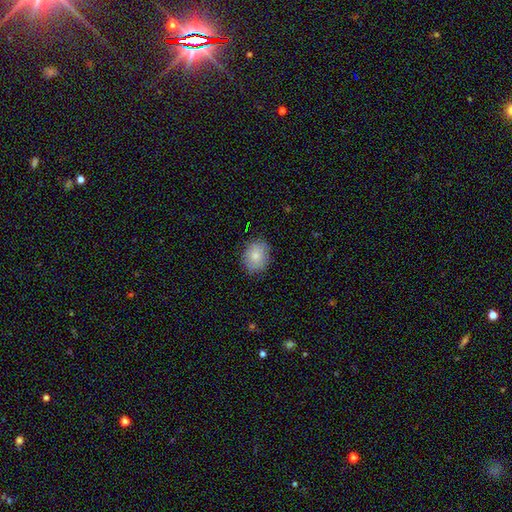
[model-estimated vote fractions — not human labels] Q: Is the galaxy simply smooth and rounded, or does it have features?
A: smooth — 81%.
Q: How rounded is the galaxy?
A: round — 61%.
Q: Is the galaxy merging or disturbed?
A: none — 82%.